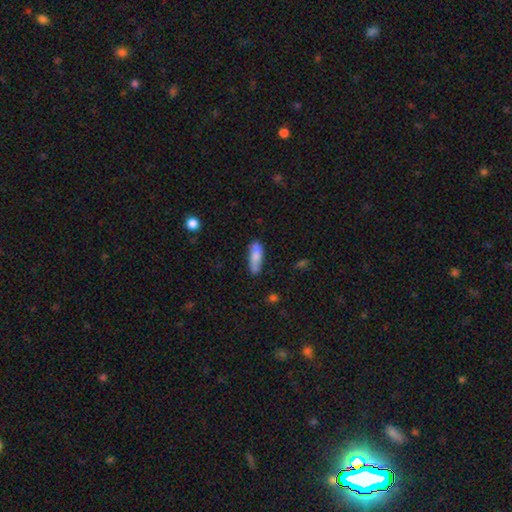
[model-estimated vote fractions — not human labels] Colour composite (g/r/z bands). It shows a smooth galaxy with no disk features (78%) that is in between round and cigar-shaped (50%). Merging: none (77%).